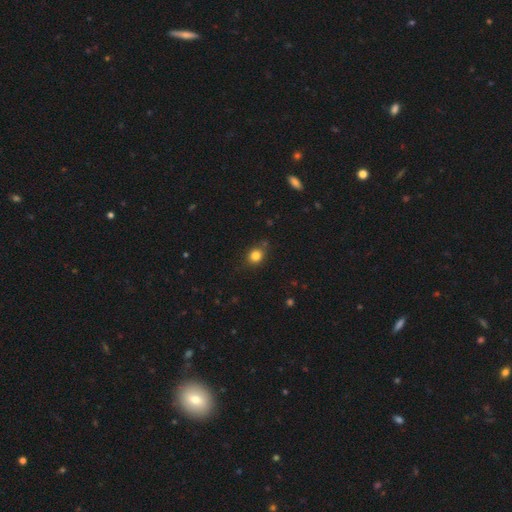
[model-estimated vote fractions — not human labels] Smooth or featured: smooth — 82% (star or artifact — 12%)
How rounded: round — 67% (in between — 32%)
Merging: none — 79% (minor disturbance — 14%)